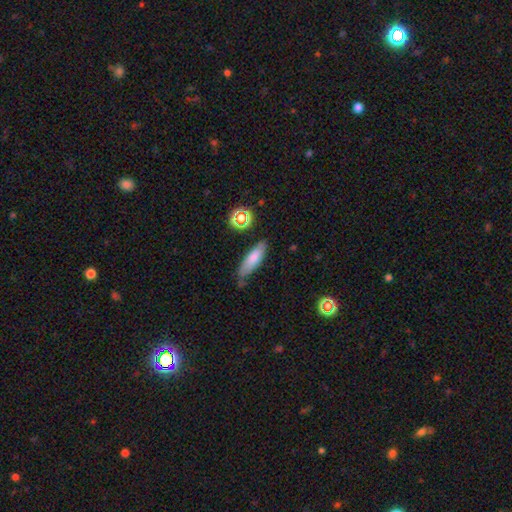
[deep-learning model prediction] smooth_or_featured: smooth (p=0.70) [alt: featured or disk p=0.20]
how_rounded: cigar-shaped (p=0.59) [alt: in between p=0.38]
merging: none (p=0.71) [alt: minor disturbance p=0.21]